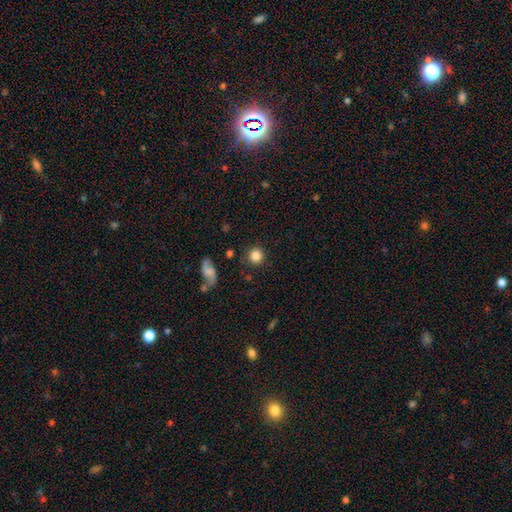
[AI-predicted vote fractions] The model was most divided on "smooth or featured": smooth: 82%, star or artifact: 9%, featured or disk: 9%. More confident: how rounded — round (93%); merging — none (85%).